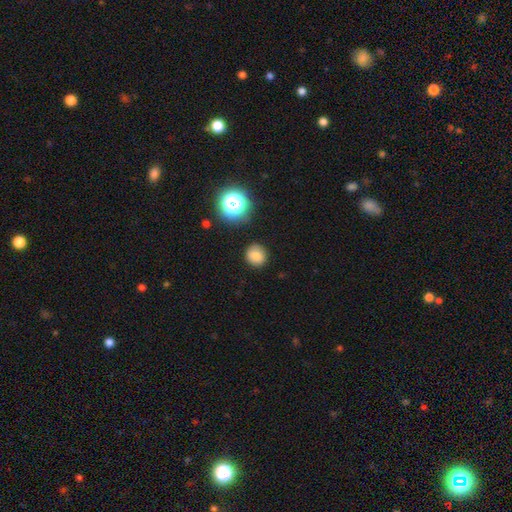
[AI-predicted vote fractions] Smooth or featured? Predicted: smooth (p=0.79). How rounded? Predicted: round (p=0.87). Merging? Predicted: none (p=0.87).